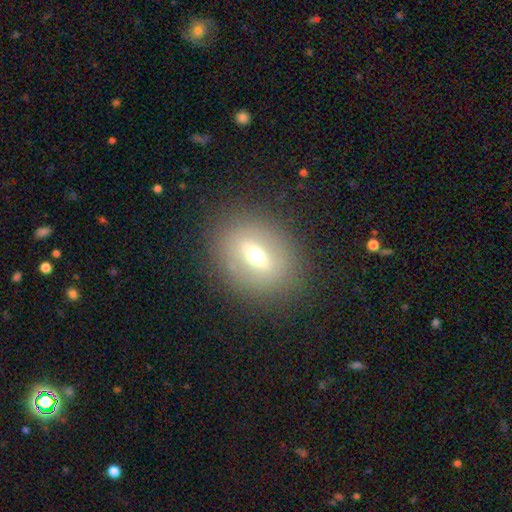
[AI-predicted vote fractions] The model was most divided on "smooth or featured" (2-way tie): smooth: 44%, featured or disk: 44%, star or artifact: 12%. More confident: merging — none (84%).